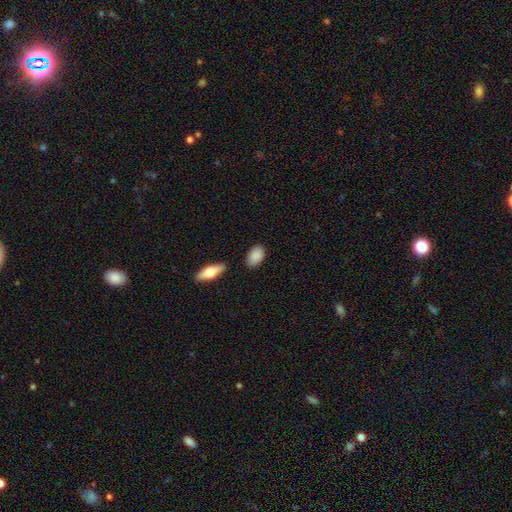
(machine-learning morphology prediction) This is clearly a smooth galaxy (88%). How rounded: clearly in between (91%). Merging: likely none (80%).